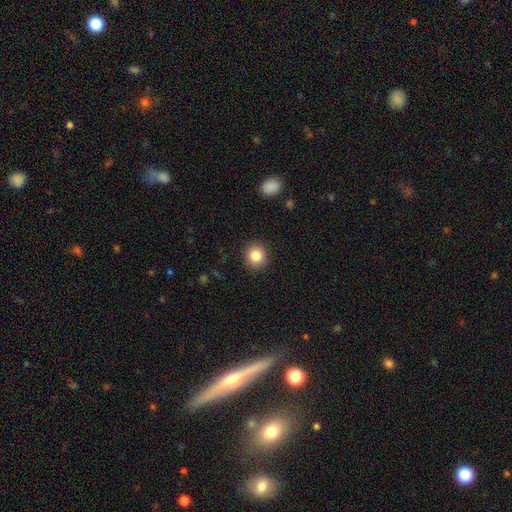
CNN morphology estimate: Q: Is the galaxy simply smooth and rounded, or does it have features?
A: smooth — 84%.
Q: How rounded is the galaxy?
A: round — 90%.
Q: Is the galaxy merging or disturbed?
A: none — 91%.